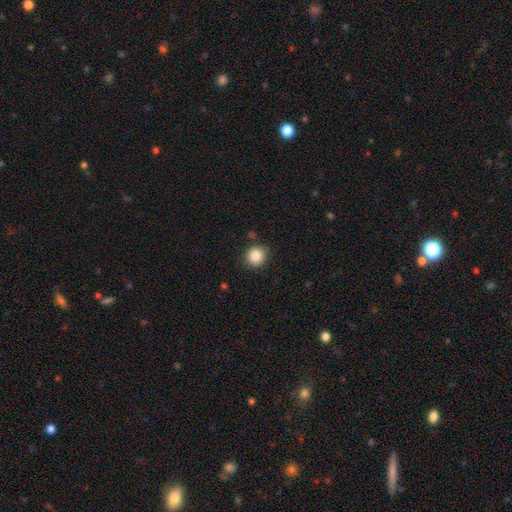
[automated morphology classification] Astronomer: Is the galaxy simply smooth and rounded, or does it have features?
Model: smooth — 86%.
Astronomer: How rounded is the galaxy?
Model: round — 92%.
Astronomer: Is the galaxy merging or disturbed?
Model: none — 87%.